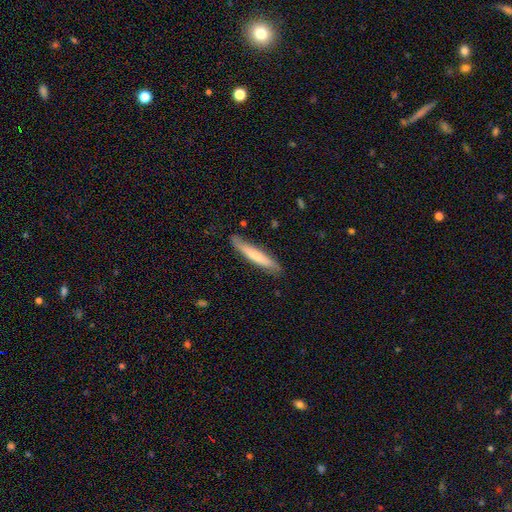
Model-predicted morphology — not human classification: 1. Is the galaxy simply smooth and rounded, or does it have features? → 68% smooth, 27% featured or disk, 5% star or artifact.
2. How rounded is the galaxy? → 93% cigar-shaped, 6% in between, 1% round.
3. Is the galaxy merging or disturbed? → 78% none, 17% minor disturbance, 3% major disturbance, 2% merger.